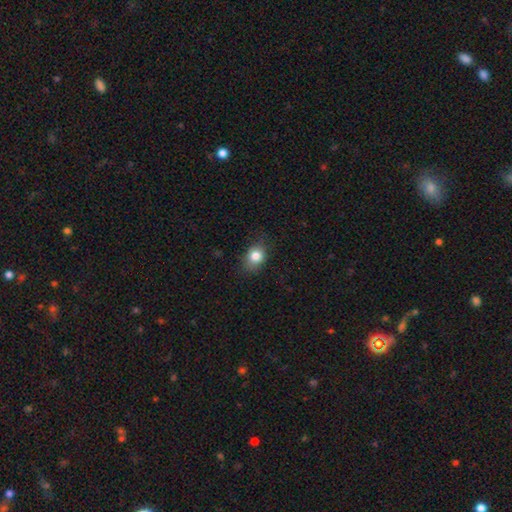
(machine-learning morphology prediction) Smooth or featured? Predicted: smooth (p=0.82). How rounded? Predicted: in between (p=0.51). Merging? Predicted: none (p=0.75).